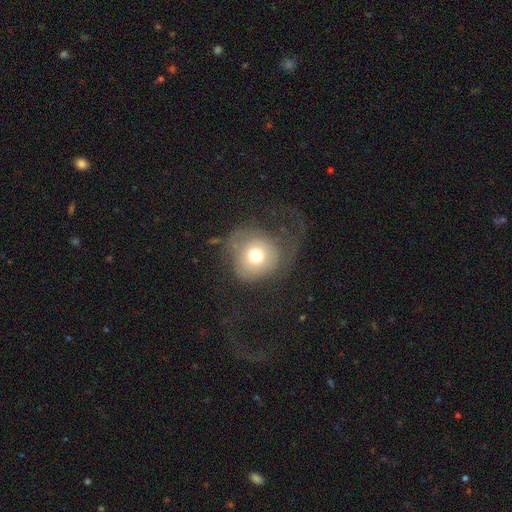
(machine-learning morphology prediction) A smooth galaxy with no disk features (66%) that is round (85%).

Vote fractions:
- Smooth or featured? smooth: 66% / featured or disk: 23% / star or artifact: 11%
- How rounded? round: 85% / in between: 14% / cigar-shaped: 1%
- Merging? major disturbance: 41% / none: 38% / minor disturbance: 20% / merger: 2%